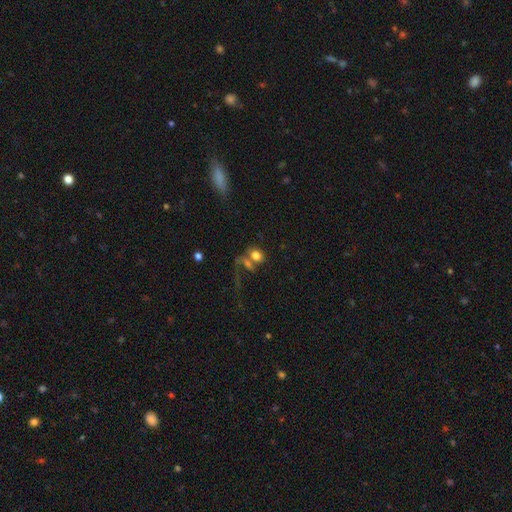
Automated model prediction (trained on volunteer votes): Smooth or featured? Predicted: smooth (p=0.71). How rounded? Predicted: in between (p=0.58). Merging? Predicted: merger (p=0.44).